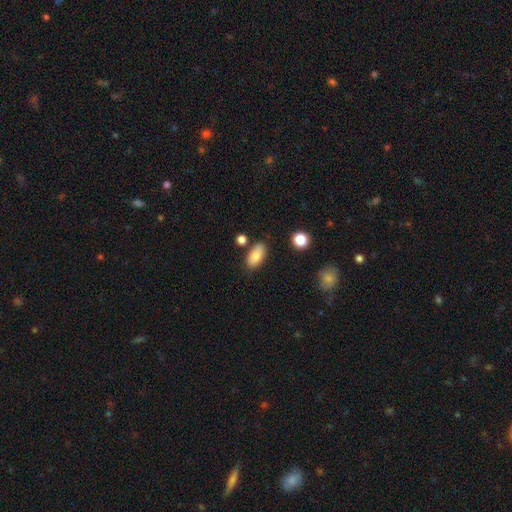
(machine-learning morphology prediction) smooth-or-featured: smooth: 84% | featured or disk: 8% | star or artifact: 8%
  how-rounded: in between: 91% | cigar-shaped: 6% | round: 4%
  merging: none: 80% | minor disturbance: 12% | merger: 5% | major disturbance: 3%